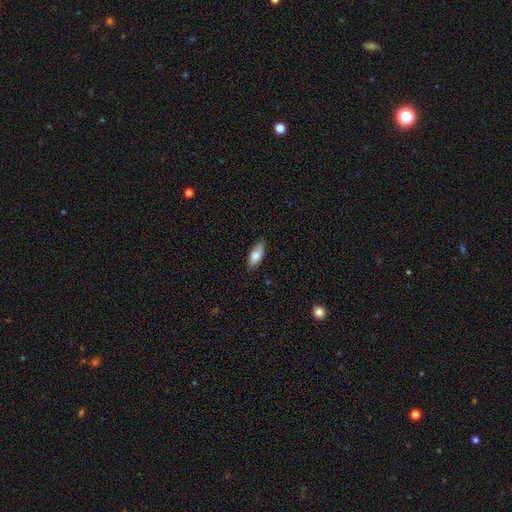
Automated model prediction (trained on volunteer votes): Smooth or featured? Predicted: smooth (p=0.81). How rounded? Predicted: in between (p=0.81). Merging? Predicted: none (p=0.78).